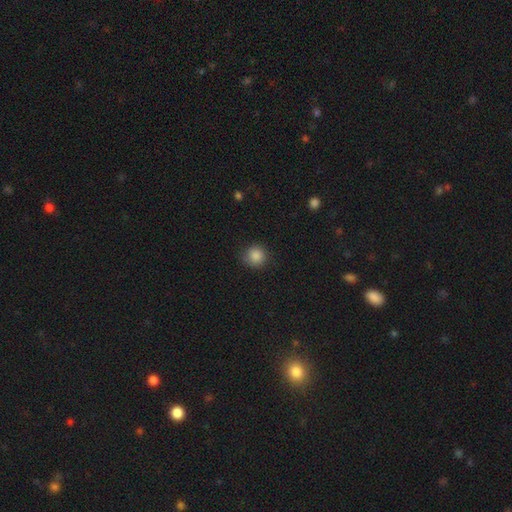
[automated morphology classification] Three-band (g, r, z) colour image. It shows a smooth galaxy with no disk features (86%) that is round (90%). Merging: none (80%).